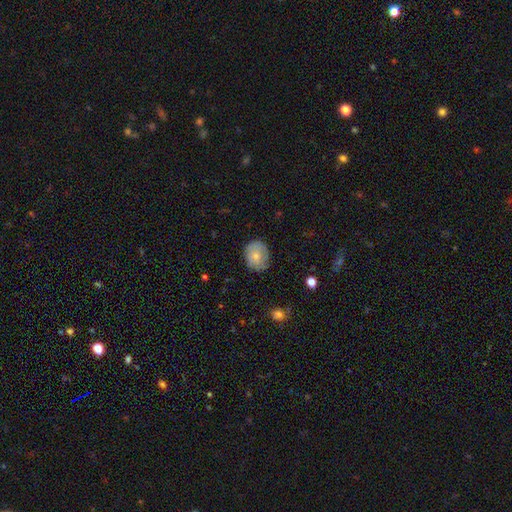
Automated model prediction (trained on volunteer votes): Morphology: type=smooth (64%); roundness=round (63%); merging=none (67%).